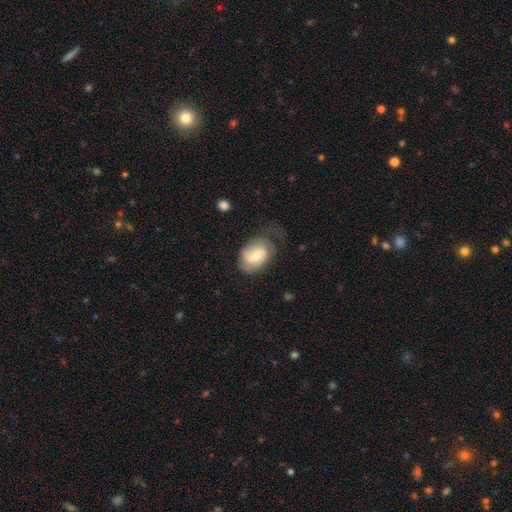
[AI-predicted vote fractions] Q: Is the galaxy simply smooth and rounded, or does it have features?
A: smooth — 50%.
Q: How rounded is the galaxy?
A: in between — 78%.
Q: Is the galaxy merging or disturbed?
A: none — 48%.